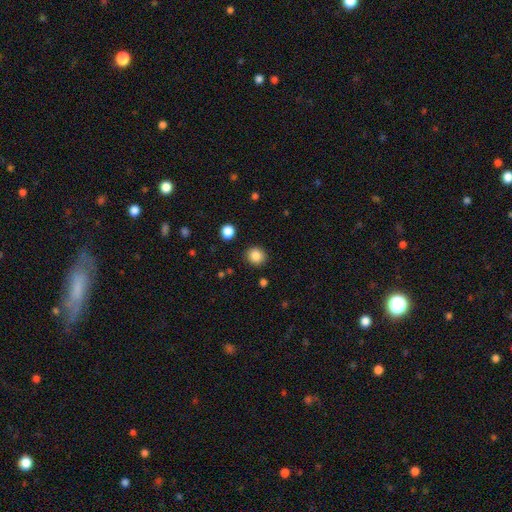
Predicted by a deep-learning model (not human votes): Q: Smooth or featured?
A: smooth (86%); runner-up: star or artifact (10%)
Q: How rounded?
A: round (84%); runner-up: in between (15%)
Q: Merging?
A: none (89%); runner-up: minor disturbance (7%)